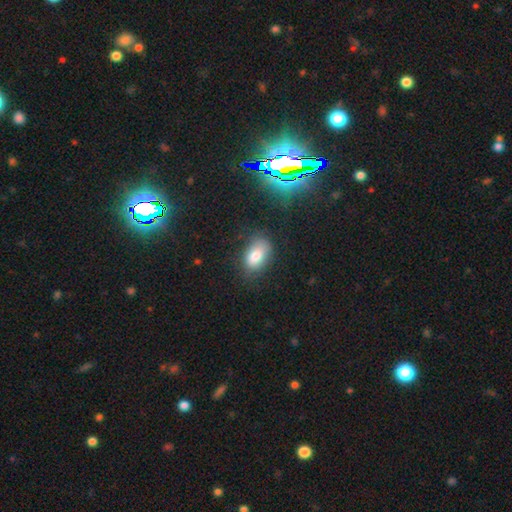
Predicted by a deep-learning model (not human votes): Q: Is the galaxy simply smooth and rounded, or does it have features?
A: smooth — 79%.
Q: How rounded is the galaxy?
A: in between — 88%.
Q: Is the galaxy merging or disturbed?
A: none — 74%.